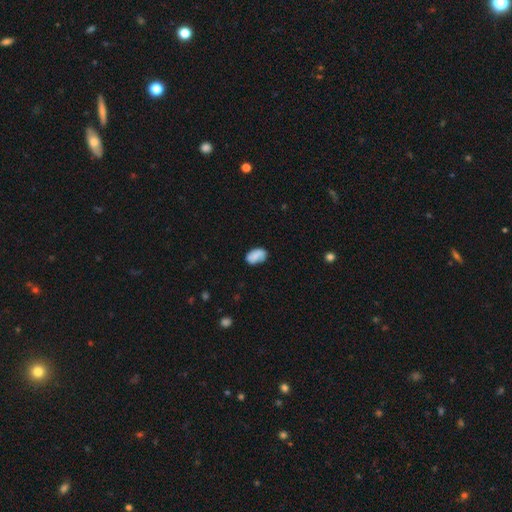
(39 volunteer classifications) A smooth galaxy with no disk features (72%) that is in between round and cigar-shaped (89%). Merging: none (77%).